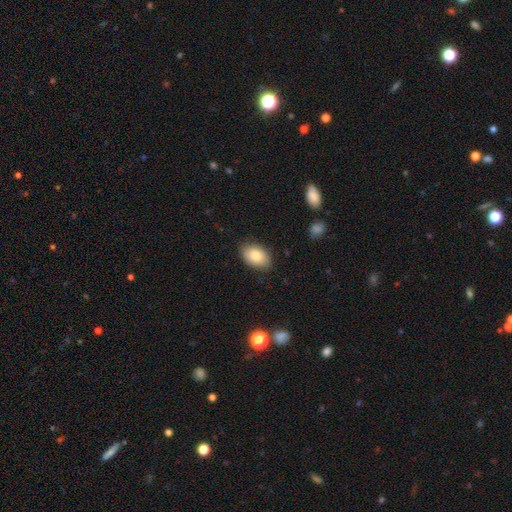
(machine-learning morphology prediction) smooth_or_featured: smooth (p=0.84) [alt: featured or disk p=0.09]
how_rounded: in between (p=0.88) [alt: round p=0.11]
merging: none (p=0.83) [alt: minor disturbance p=0.13]